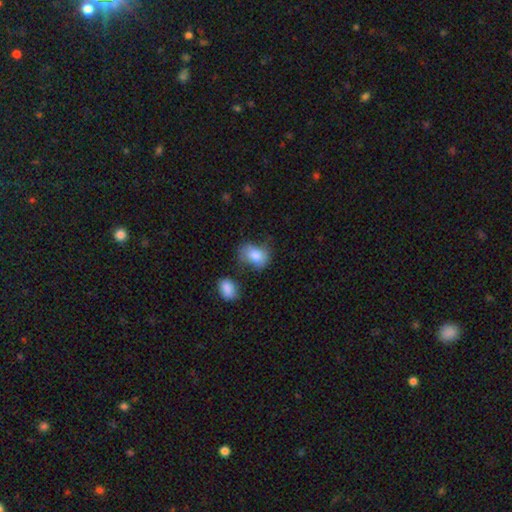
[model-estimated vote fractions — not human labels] smooth 80%, featured or disk 13%, star or artifact 8%. Down the decision tree: how rounded — in between (74%); merging — none (52%).